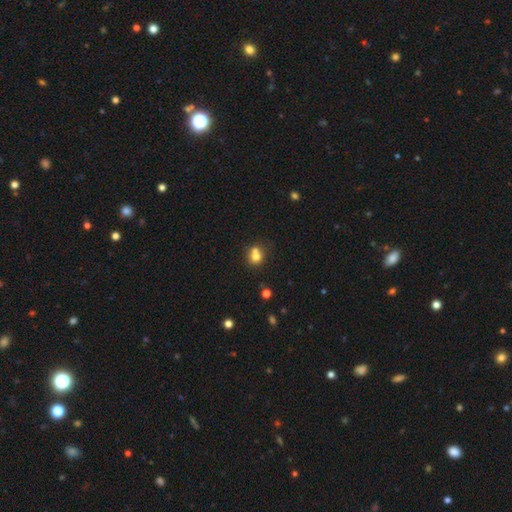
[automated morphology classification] Overall: smooth (73%). How rounded: round (77%). Merging: merger (47%; none 41%).